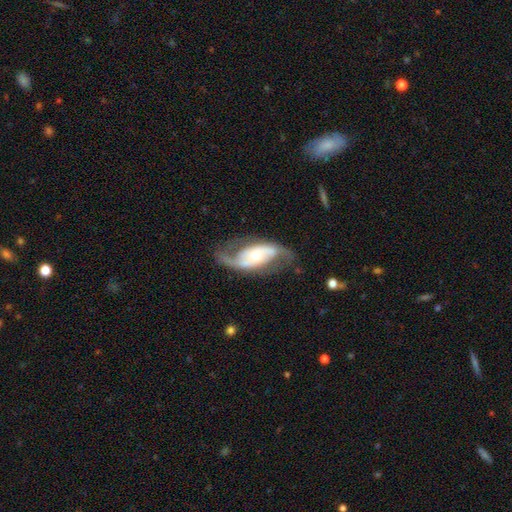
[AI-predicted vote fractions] This is clearly a featured or disk galaxy (87%). It is clearly not viewed edge-on (95%). Bar: possibly no (52%). Spiral arm pattern: clearly yes (93%). Spiral arm count: clearly 2 (91%). Spiral winding: possibly loose (52%). Central bulge: likely moderate (65%). Merging: likely none (70%).